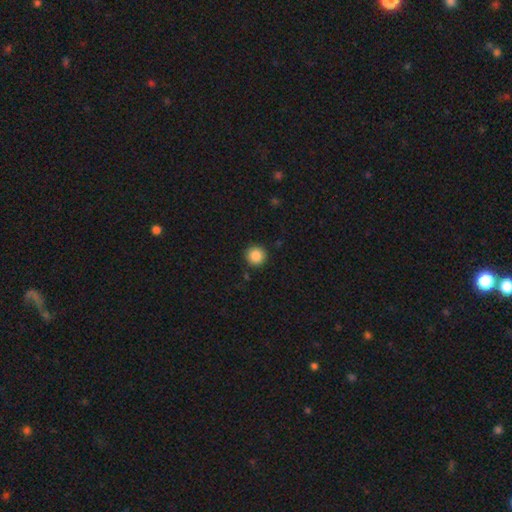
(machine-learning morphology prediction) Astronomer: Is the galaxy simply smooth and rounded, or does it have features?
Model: smooth — 87%.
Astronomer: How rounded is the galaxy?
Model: round — 95%.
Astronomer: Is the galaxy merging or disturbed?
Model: none — 90%.